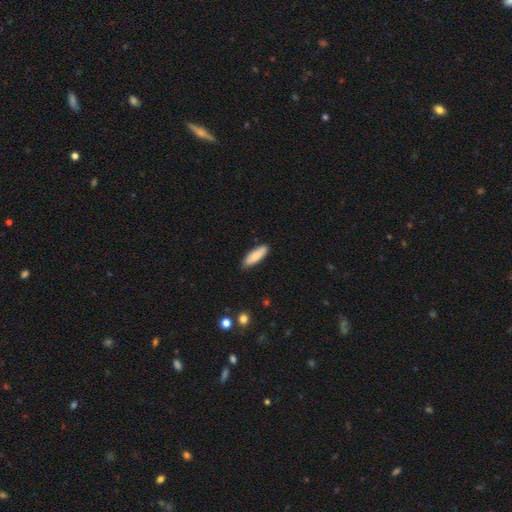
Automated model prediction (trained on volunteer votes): smooth-or-featured: smooth: 84% | featured or disk: 10% | star or artifact: 6%
  how-rounded: in between: 54% | cigar-shaped: 45% | round: 2%
  merging: none: 84% | minor disturbance: 12% | major disturbance: 2% | merger: 1%